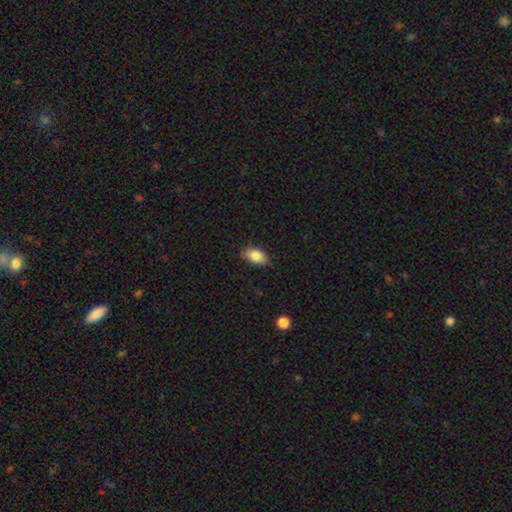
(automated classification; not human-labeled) Smooth or featured? smooth (85%)
How rounded? in between (91%)
Merging? none (80%)